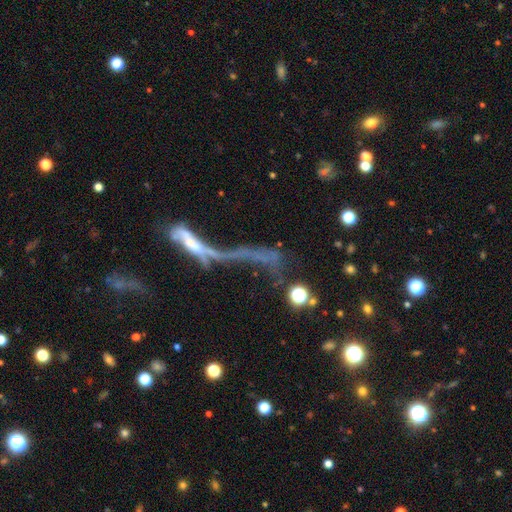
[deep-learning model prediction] Smooth or featured: featured or disk — 44% (star or artifact — 28%)
Merging: merger — 42% (none — 25%)